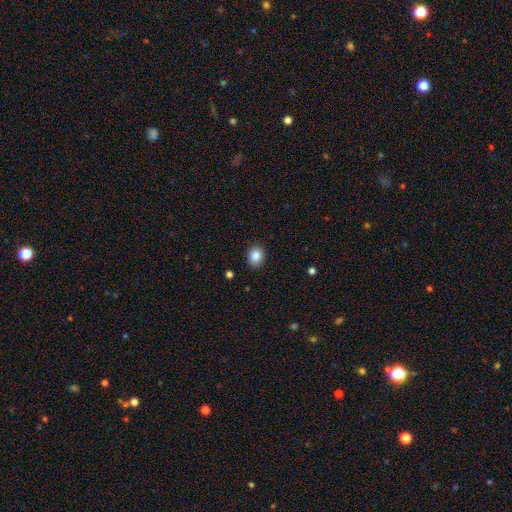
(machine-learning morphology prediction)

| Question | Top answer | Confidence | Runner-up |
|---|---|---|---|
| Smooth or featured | smooth | 87% | star or artifact (9%) |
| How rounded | round | 54% | in between (45%) |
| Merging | none | 89% | minor disturbance (8%) |